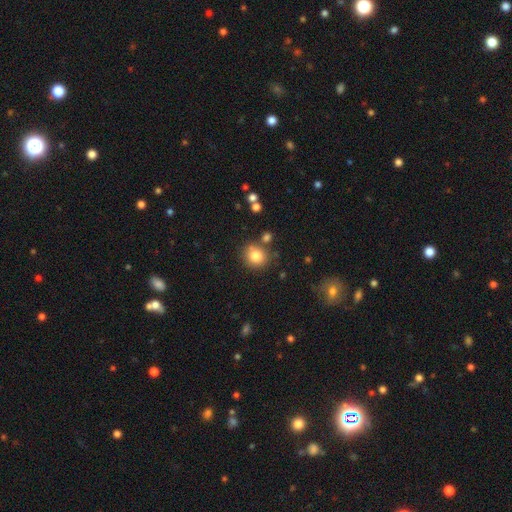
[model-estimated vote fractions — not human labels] A smooth galaxy with no disk features (81%) that is round (83%). Merging: none (74%).